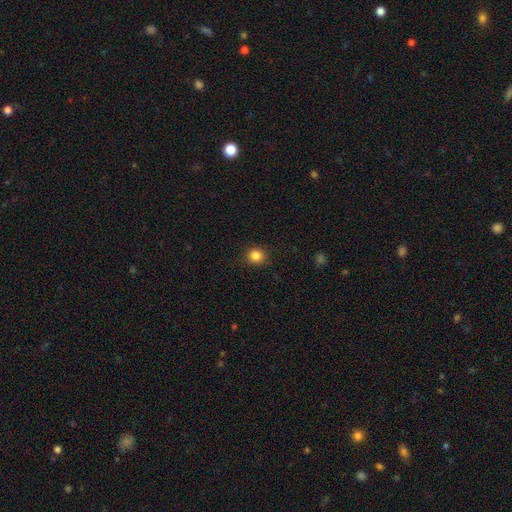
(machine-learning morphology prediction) Smooth or featured?
  - smooth: 85% *
  - star or artifact: 11%
  - featured or disk: 4%
How rounded?
  - round: 90% *
  - in between: 9%
  - cigar-shaped: 1%
Merging?
  - none: 90% *
  - minor disturbance: 7%
  - major disturbance: 2%
  - merger: 1%